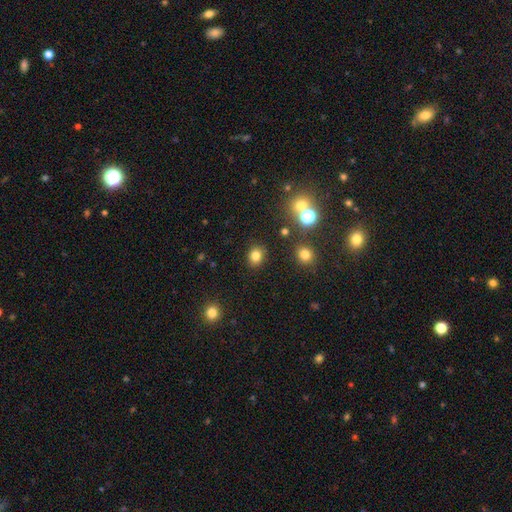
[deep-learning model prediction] A smooth galaxy with no disk features (80%) that is round (68%). Merging: none (87%).